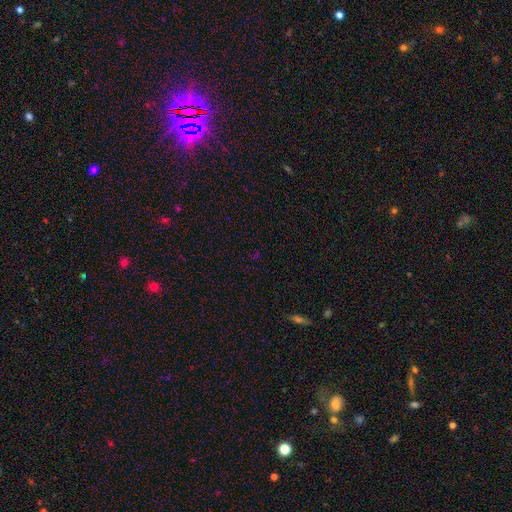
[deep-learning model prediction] Smooth or featured? star or artifact (63%)